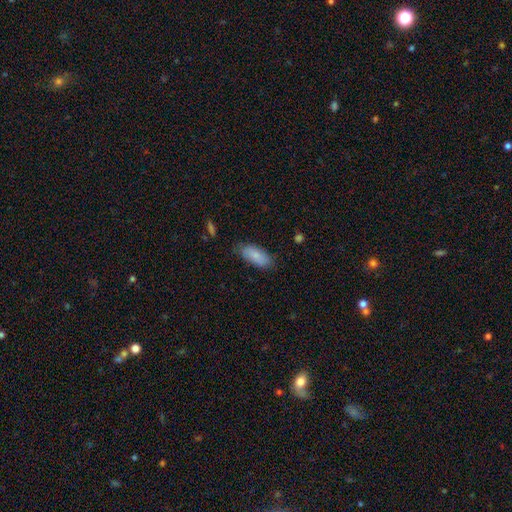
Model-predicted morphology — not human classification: Overall: smooth (82%). How rounded: in between (86%). Merging: none (74%).